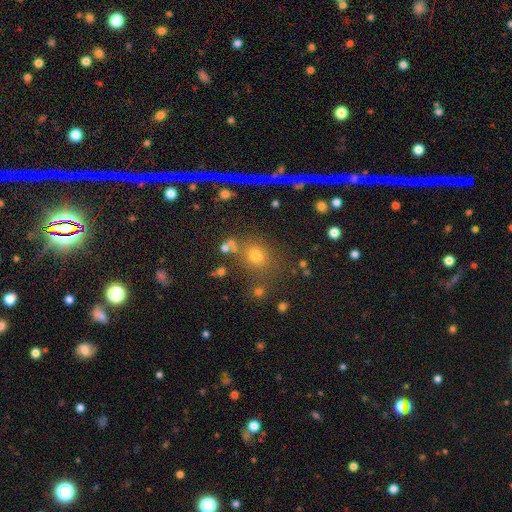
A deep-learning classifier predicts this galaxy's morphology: A smooth galaxy with no disk features (63%) that is round (82%).

Vote fractions:
- Smooth or featured? smooth: 63% / star or artifact: 26% / featured or disk: 11%
- How rounded? round: 82% / in between: 16% / cigar-shaped: 2%
- Merging? none: 76% / minor disturbance: 10% / merger: 9% / major disturbance: 5%